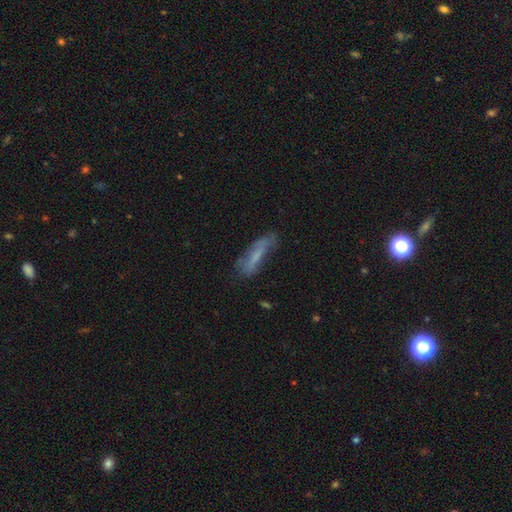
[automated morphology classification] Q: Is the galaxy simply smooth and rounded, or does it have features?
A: smooth — 55%.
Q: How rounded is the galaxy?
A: cigar-shaped — 73%.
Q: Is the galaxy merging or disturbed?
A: none — 54%.